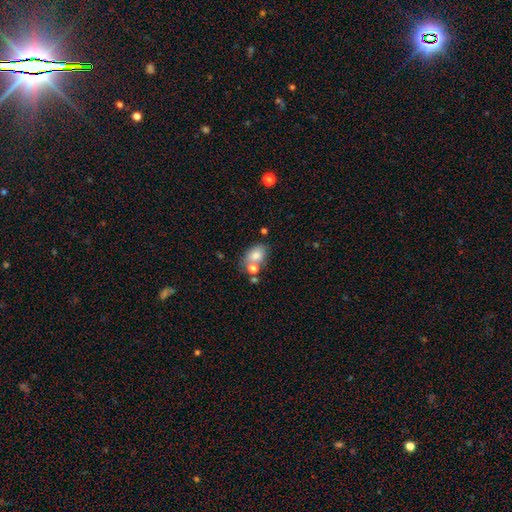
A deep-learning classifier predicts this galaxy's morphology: Overall: smooth (77%). How rounded: in between (78%). Merging: none (51%; merger 25%).